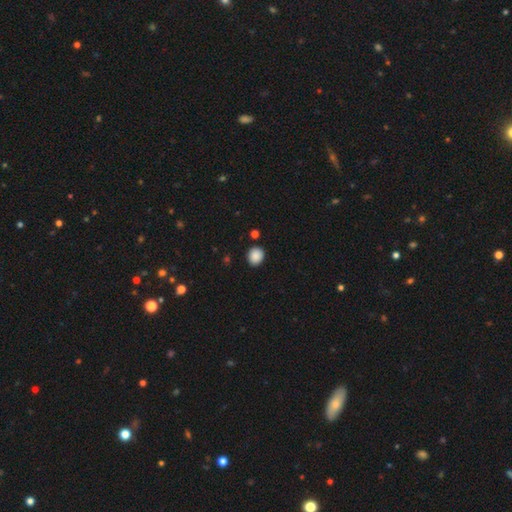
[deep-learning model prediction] A smooth galaxy with no disk features (88%) that is round (72%).

Vote fractions:
- Smooth or featured? smooth: 88% / star or artifact: 9% / featured or disk: 3%
- How rounded? round: 72% / in between: 27% / cigar-shaped: 1%
- Merging? none: 88% / minor disturbance: 8% / major disturbance: 2% / merger: 2%